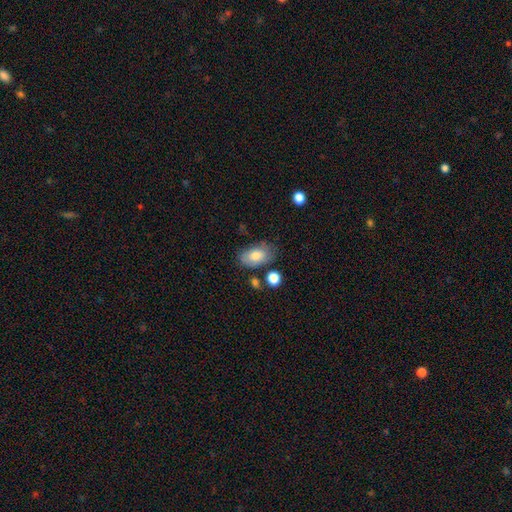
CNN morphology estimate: This appears to be a smooth galaxy with no disk features (77%) that is in between round and cigar-shaped (92%). Merging: none (66%).